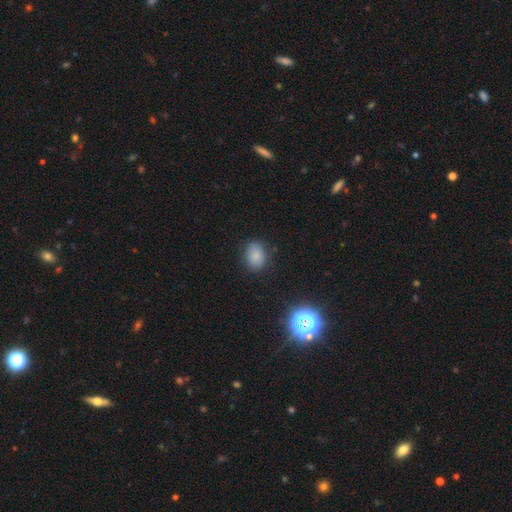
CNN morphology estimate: Smooth or featured: smooth — 80% (star or artifact — 13%)
How rounded: in between — 59% (round — 40%)
Merging: none — 80% (minor disturbance — 14%)